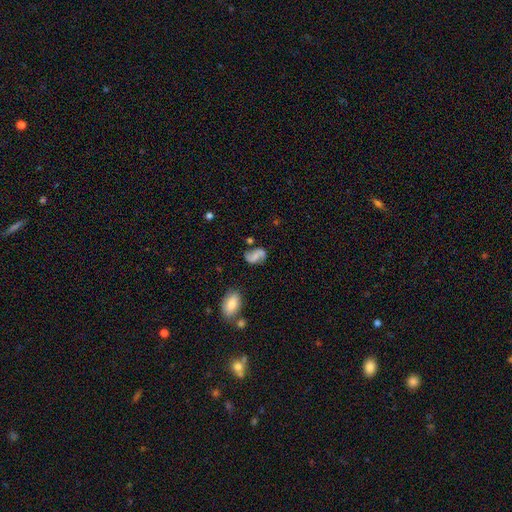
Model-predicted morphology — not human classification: The model was most divided on "bar": no: 49%, weak: 36%, strong: 15%. More confident: edge-on disk — no (97%); spiral arms — yes (90%); spiral arm count — 2 (90%); merging — none (65%); smooth or featured — featured or disk (61%); spiral winding — loose (58%); bulge size — none (53%).